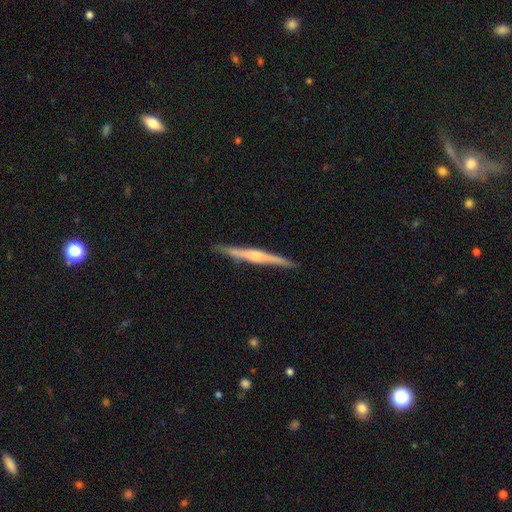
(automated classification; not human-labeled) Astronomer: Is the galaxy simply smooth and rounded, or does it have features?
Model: featured or disk — 74%.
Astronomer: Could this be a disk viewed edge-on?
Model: yes — 98%.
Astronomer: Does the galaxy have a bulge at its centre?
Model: rounded — 68%.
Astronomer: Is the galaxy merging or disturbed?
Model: none — 90%.